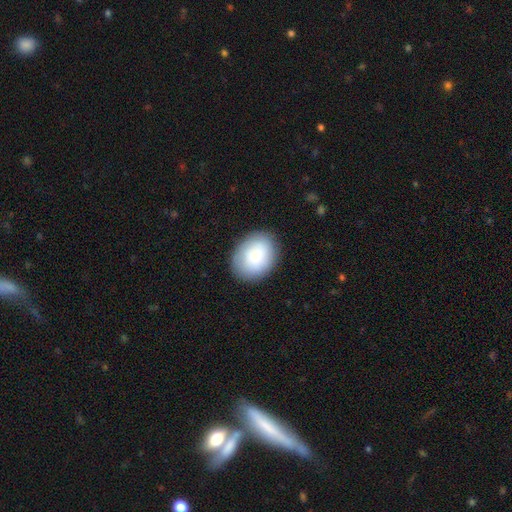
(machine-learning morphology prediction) smooth_or_featured: smooth (p=0.84) [alt: featured or disk p=0.09]
how_rounded: in between (p=0.63) [alt: round p=0.37]
merging: none (p=0.85) [alt: minor disturbance p=0.11]